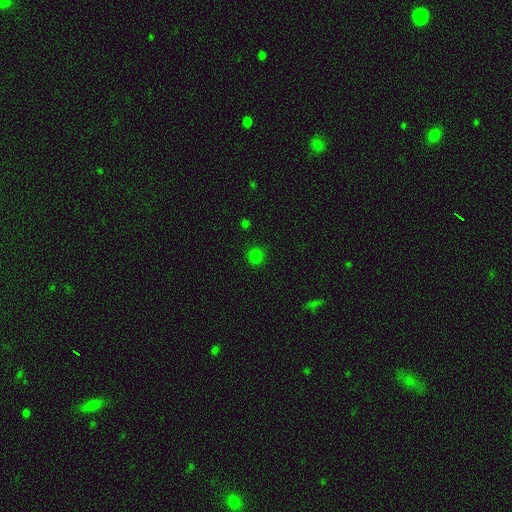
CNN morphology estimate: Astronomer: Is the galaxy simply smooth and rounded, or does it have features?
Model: smooth — 79%.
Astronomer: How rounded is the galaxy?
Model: round — 91%.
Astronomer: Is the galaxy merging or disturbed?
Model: none — 90%.